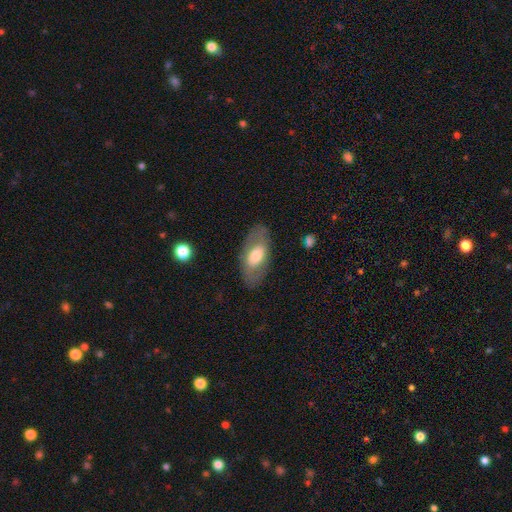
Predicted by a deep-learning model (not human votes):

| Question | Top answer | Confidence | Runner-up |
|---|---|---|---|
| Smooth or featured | smooth | 54% | featured or disk (40%) |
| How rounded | in between | 91% | cigar-shaped (6%) |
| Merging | none | 81% | minor disturbance (13%) |